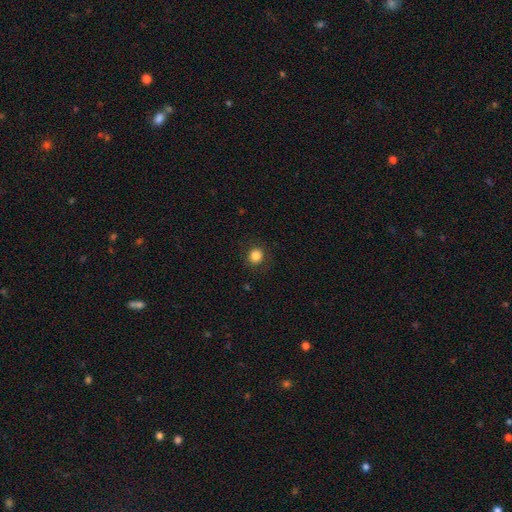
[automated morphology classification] smooth-or-featured: smooth: 85% | star or artifact: 11% | featured or disk: 4%
  how-rounded: round: 88% | in between: 11% | cigar-shaped: 1%
  merging: none: 88% | minor disturbance: 8% | major disturbance: 3% | merger: 1%